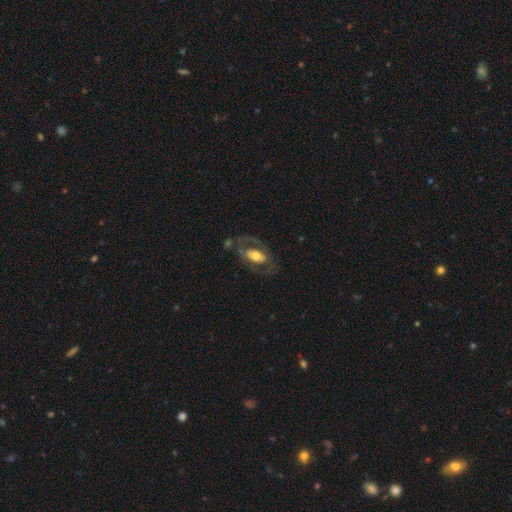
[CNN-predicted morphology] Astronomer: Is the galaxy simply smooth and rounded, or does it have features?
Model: featured or disk — 59% (runner-up: smooth, 36%).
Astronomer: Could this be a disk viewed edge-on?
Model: no — 91%.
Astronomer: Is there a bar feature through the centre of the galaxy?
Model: no — 60%.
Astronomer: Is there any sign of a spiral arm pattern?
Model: no — 64%.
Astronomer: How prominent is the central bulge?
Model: moderate — 55%.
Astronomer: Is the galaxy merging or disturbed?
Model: none — 63%.